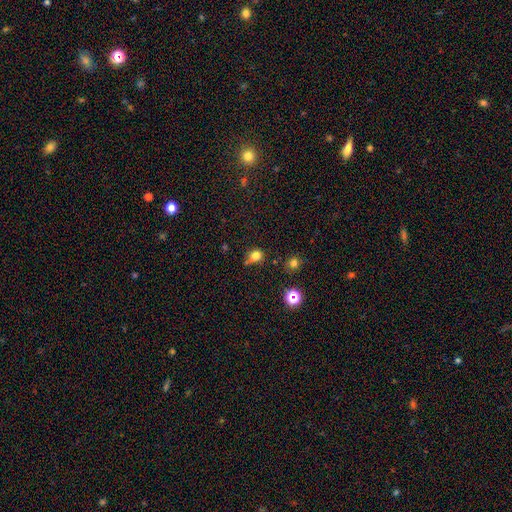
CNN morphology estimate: Q: Smooth or featured?
A: smooth (76%); runner-up: star or artifact (16%)
Q: How rounded?
A: round (75%); runner-up: in between (24%)
Q: Merging?
A: none (52%); runner-up: minor disturbance (28%)